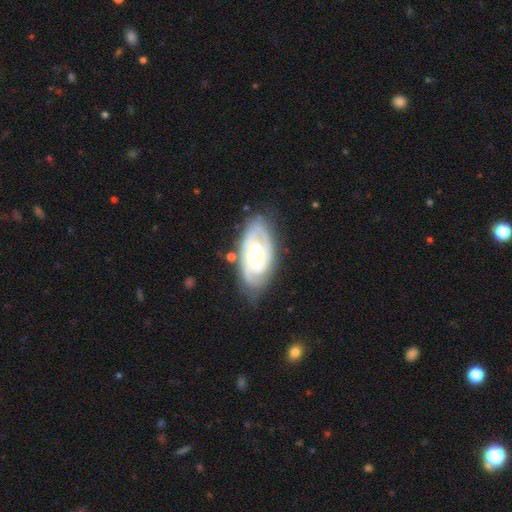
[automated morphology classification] Q: Smooth or featured?
A: featured or disk (85%); runner-up: smooth (11%)
Q: Edge-on disk?
A: no (95%); runner-up: yes (5%)
Q: Bar?
A: no (45%); runner-up: weak (40%)
Q: Spiral arms?
A: yes (95%); runner-up: no (5%)
Q: Spiral winding?
A: tight (60%); runner-up: medium (33%)
Q: Spiral arm count?
A: 2 (44%); runner-up: 3 (24%)
Q: Bulge size?
A: moderate (59%); runner-up: small (32%)
Q: Merging?
A: none (74%); runner-up: minor disturbance (18%)